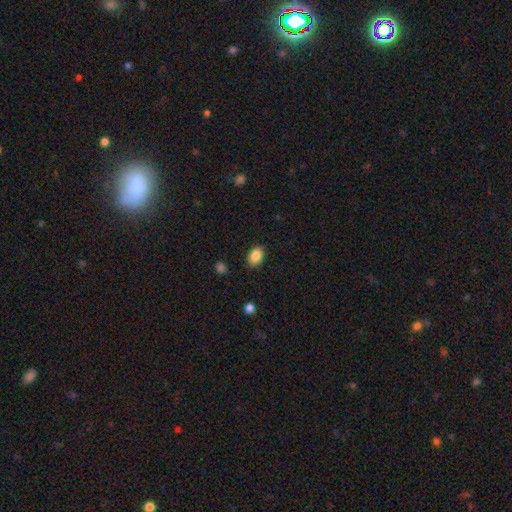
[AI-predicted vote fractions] The model was most divided on "how rounded": in between: 83%, round: 15%, cigar-shaped: 1%. More confident: smooth or featured — smooth (86%); merging — none (85%).